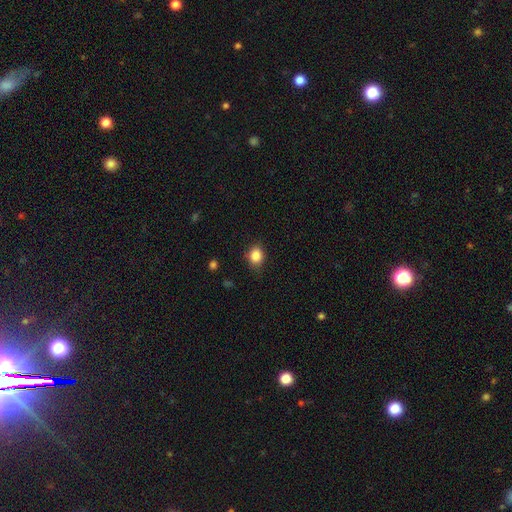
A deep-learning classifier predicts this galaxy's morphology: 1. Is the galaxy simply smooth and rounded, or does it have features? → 86% smooth, 10% star or artifact, 5% featured or disk.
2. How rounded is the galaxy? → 61% round, 38% in between, 1% cigar-shaped.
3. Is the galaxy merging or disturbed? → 81% none, 15% minor disturbance, 3% major disturbance, 1% merger.